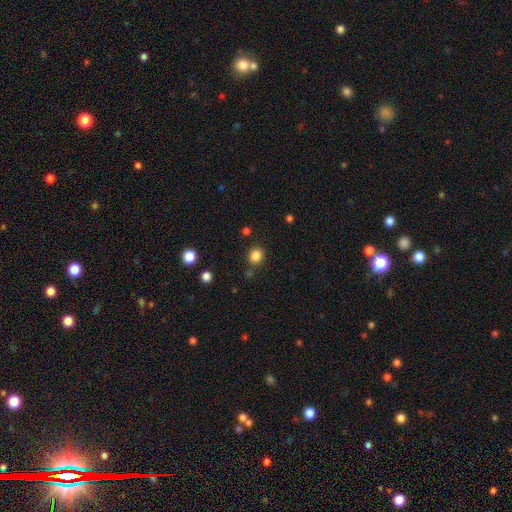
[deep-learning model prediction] Overall: smooth (84%). How rounded: round (74%). Merging: none (81%).